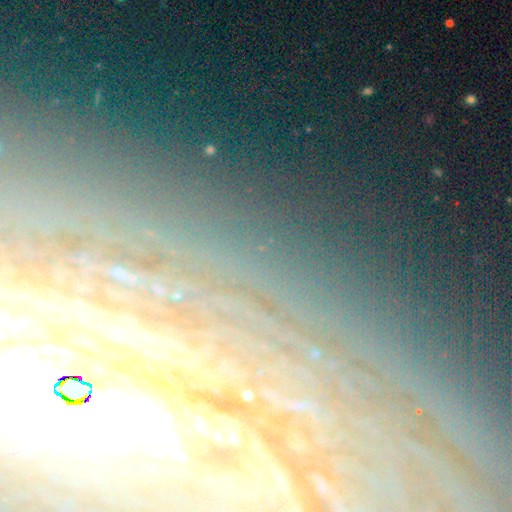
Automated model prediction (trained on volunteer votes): The model was most divided on "smooth or featured": featured or disk: 43%, star or artifact: 41%, smooth: 16%. More confident: merging — none (84%).